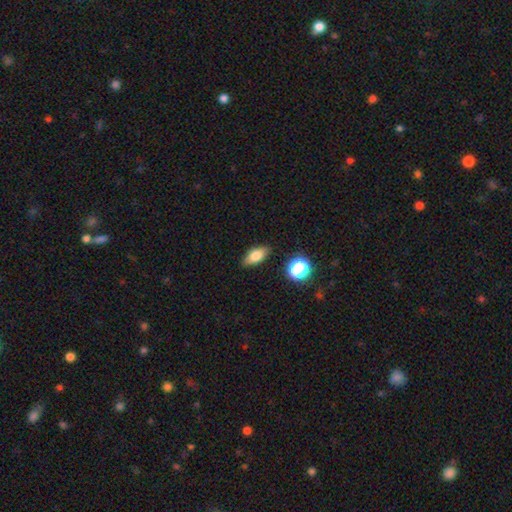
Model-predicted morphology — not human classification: Smooth or featured: smooth — 74% (featured or disk — 16%)
How rounded: in between — 80% (cigar-shaped — 12%)
Merging: none — 84% (minor disturbance — 11%)